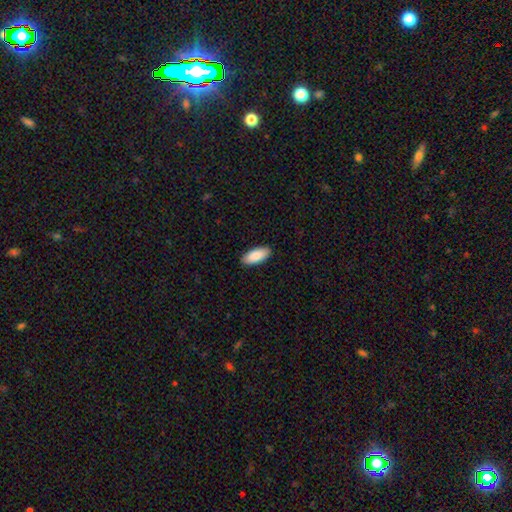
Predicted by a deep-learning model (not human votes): Morphology: type=smooth (89%); roundness=in between (87%); merging=none (90%).